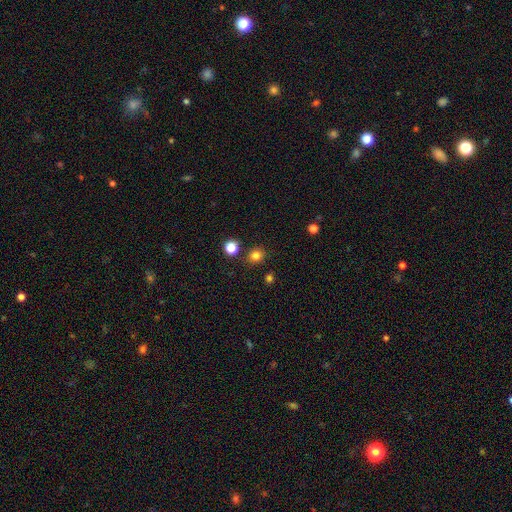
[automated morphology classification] Smooth or featured: smooth — 81% (star or artifact — 15%)
How rounded: round — 81% (in between — 18%)
Merging: none — 86% (minor disturbance — 8%)